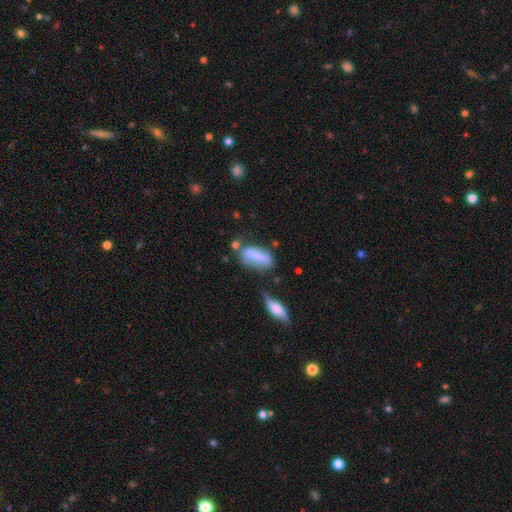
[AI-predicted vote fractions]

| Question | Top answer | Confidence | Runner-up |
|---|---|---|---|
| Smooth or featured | smooth | 76% | featured or disk (16%) |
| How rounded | in between | 76% | cigar-shaped (21%) |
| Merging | none | 41% | minor disturbance (28%) |